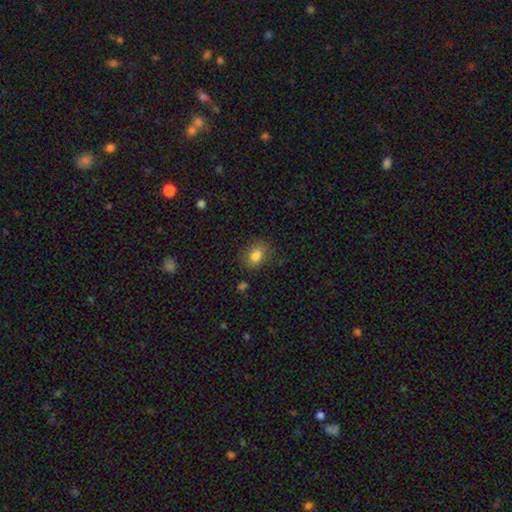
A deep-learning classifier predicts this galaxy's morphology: smooth_or_featured: smooth (p=0.83) [alt: star or artifact p=0.10]
how_rounded: in between (p=0.66) [alt: round p=0.33]
merging: none (p=0.82) [alt: minor disturbance p=0.13]